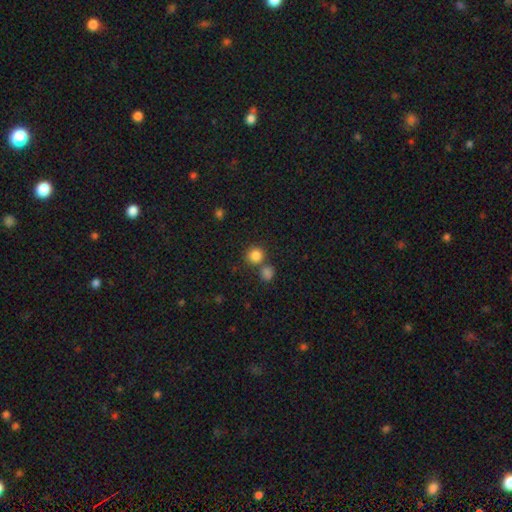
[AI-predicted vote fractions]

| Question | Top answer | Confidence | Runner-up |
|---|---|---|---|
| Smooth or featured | smooth | 84% | star or artifact (12%) |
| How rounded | round | 90% | in between (9%) |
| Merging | none | 67% | merger (22%) |